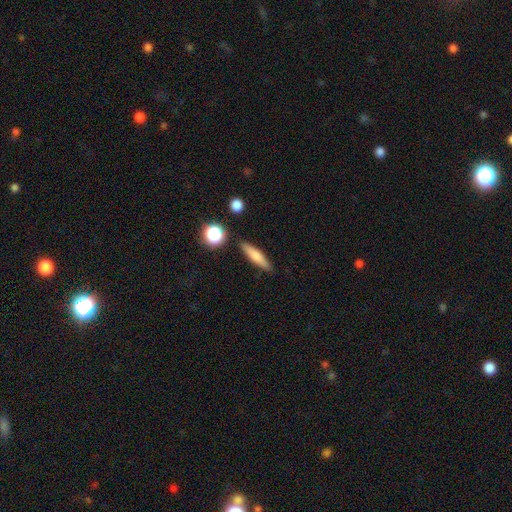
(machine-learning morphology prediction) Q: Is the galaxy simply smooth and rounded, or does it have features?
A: smooth — 68%.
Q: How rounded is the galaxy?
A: cigar-shaped — 78%.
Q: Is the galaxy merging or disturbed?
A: none — 87%.